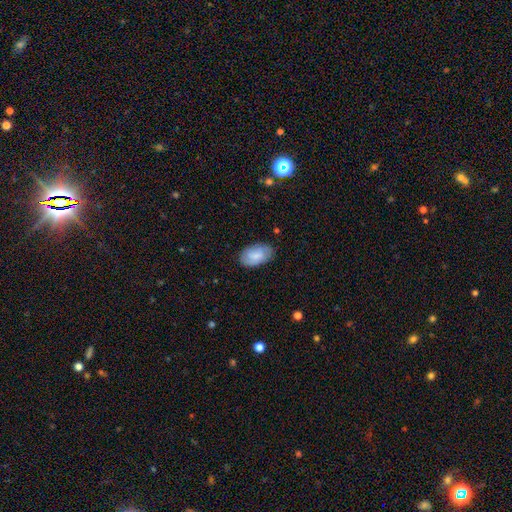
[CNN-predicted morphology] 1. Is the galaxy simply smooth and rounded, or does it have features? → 77% smooth, 17% featured or disk, 7% star or artifact.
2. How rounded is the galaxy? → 93% in between, 5% round, 1% cigar-shaped.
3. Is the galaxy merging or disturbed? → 80% none, 16% minor disturbance, 3% major disturbance, 1% merger.